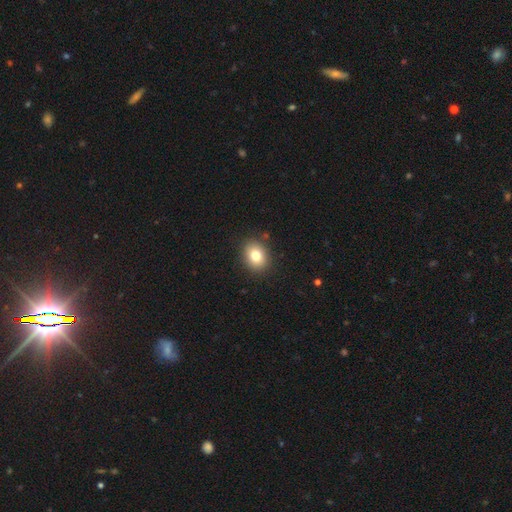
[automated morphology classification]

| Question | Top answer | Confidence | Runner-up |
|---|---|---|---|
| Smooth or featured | smooth | 80% | star or artifact (10%) |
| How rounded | round | 53% | in between (46%) |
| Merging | none | 88% | minor disturbance (8%) |